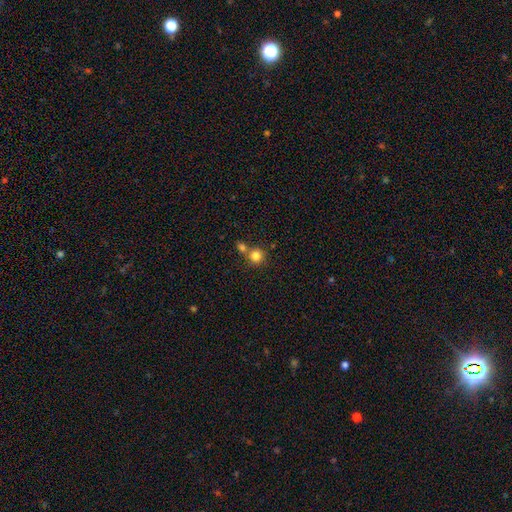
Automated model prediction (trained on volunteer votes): smooth_or_featured: smooth (p=0.81) [alt: star or artifact p=0.12]
how_rounded: round (p=0.91) [alt: in between p=0.08]
merging: none (p=0.56) [alt: merger p=0.34]